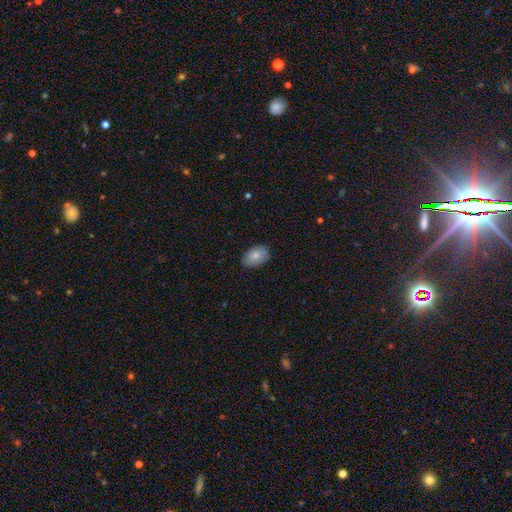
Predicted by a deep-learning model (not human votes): Overall: smooth (80%). How rounded: in between (87%). Merging: none (82%).